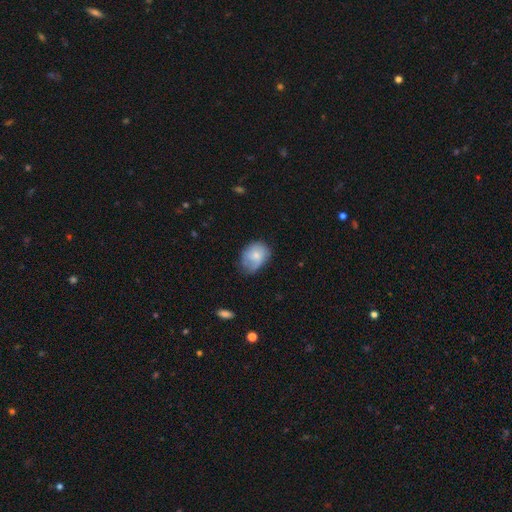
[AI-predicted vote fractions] Smooth or featured?
  - smooth: 67% *
  - featured or disk: 26%
  - star or artifact: 7%
How rounded?
  - in between: 65% *
  - round: 34%
  - cigar-shaped: 1%
Merging?
  - none: 49% *
  - minor disturbance: 36%
  - major disturbance: 13%
  - merger: 2%